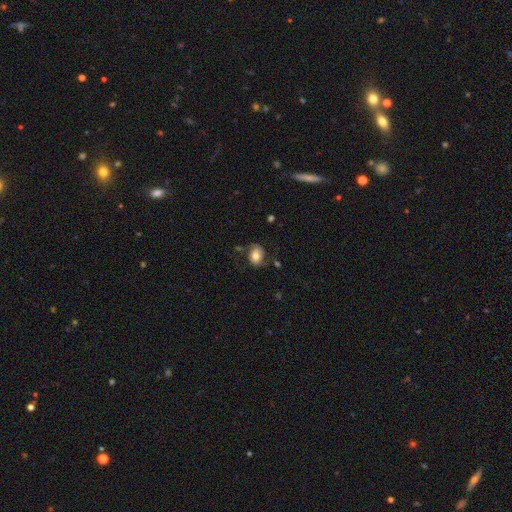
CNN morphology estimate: This appears to be a smooth galaxy with no disk features (71%) that is in between round and cigar-shaped (67%). Merging: none (71%).